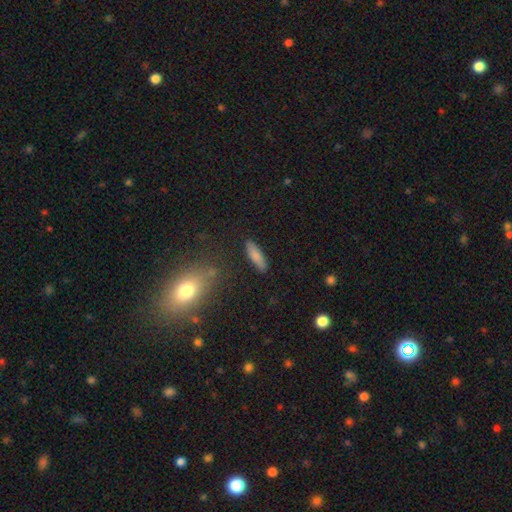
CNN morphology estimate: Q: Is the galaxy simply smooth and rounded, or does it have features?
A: smooth — 81%.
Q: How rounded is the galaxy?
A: cigar-shaped — 64%.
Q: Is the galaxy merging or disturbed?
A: none — 86%.